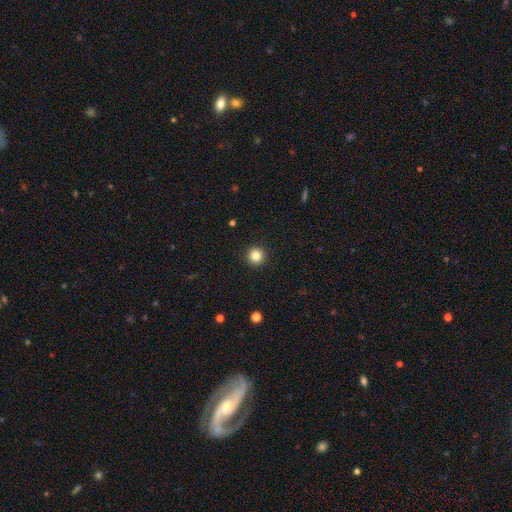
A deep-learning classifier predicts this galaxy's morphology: smooth 84%, star or artifact 11%, featured or disk 5%. Down the decision tree: how rounded — round (96%); merging — none (93%).